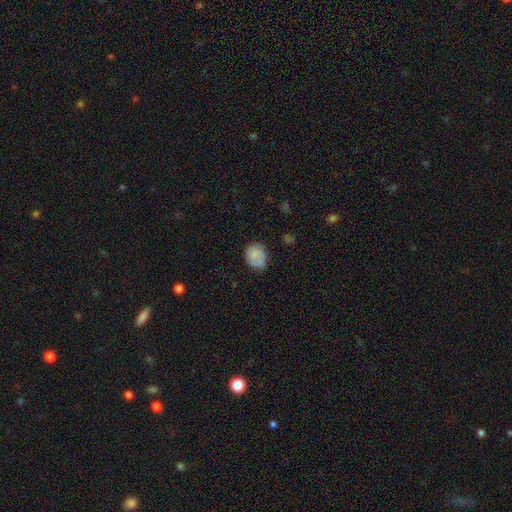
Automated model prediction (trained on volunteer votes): Morphology: type=smooth (73%); roundness=round (58%); merging=none (65%).